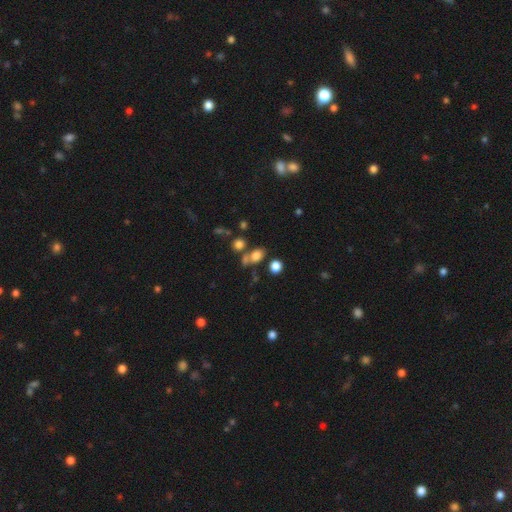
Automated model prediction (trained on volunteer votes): Morphology: type=smooth (75%); roundness=in between (59%); merging=none (57%).